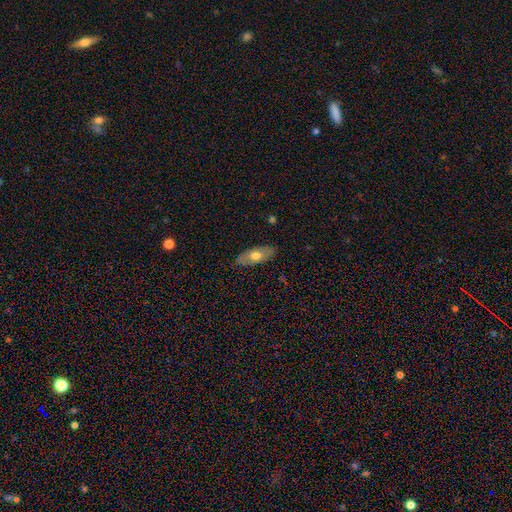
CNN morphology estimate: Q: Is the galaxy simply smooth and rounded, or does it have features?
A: smooth — 59%.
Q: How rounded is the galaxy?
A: in between — 84%.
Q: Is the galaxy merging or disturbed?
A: none — 87%.